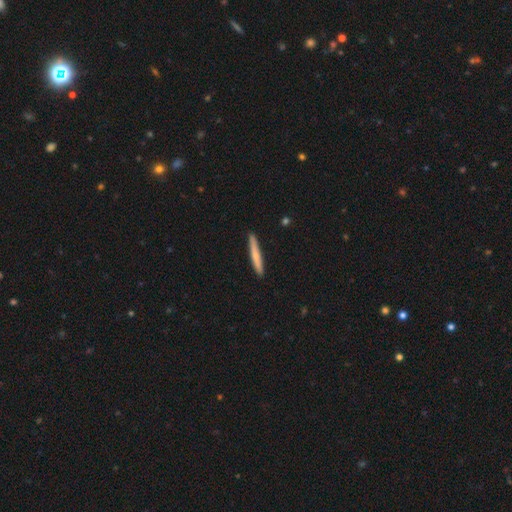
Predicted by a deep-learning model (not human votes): A smooth galaxy with no disk features (64%) that is cigar-shaped (96%). Merging: none (91%).